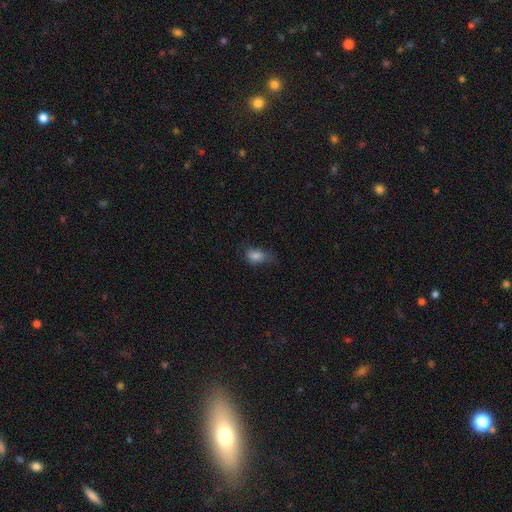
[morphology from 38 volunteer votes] Q: Smooth or featured?
A: smooth (89%); runner-up: featured or disk (5%)
Q: How rounded?
A: in between (74%); runner-up: round (26%)
Q: Merging?
A: none (36%); tied with: minor disturbance (36%)